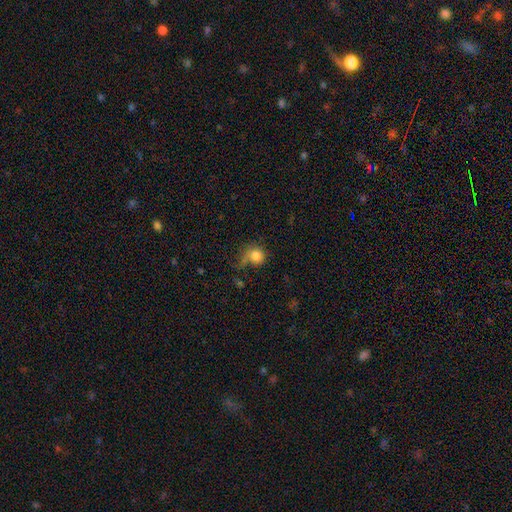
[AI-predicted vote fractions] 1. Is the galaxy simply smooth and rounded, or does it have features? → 80% smooth, 10% star or artifact, 10% featured or disk.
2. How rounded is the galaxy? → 77% round, 22% in between, 1% cigar-shaped.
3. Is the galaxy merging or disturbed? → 42% none, 26% minor disturbance, 24% major disturbance, 8% merger.